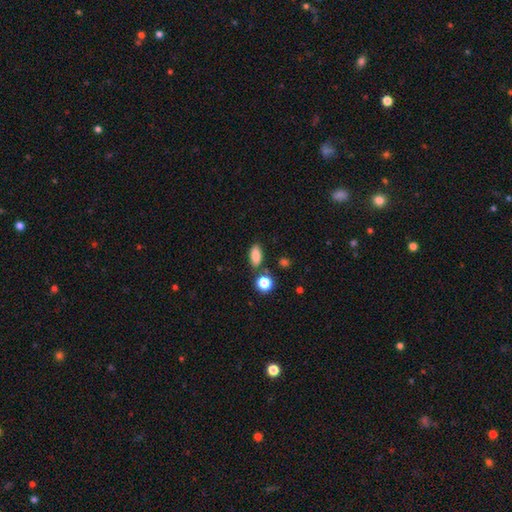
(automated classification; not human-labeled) Smooth or featured?
  - smooth: 84% *
  - star or artifact: 10%
  - featured or disk: 6%
How rounded?
  - in between: 84% *
  - round: 8%
  - cigar-shaped: 8%
Merging?
  - none: 78% *
  - minor disturbance: 12%
  - merger: 7%
  - major disturbance: 3%